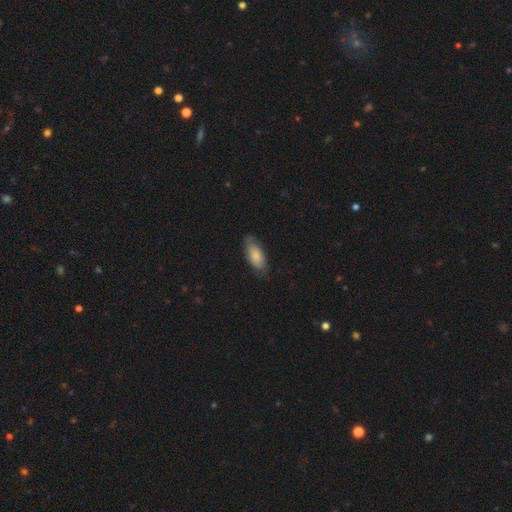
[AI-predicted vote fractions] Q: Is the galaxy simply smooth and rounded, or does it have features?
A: smooth — 81%.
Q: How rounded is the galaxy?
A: in between — 86%.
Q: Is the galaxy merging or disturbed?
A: none — 75%.